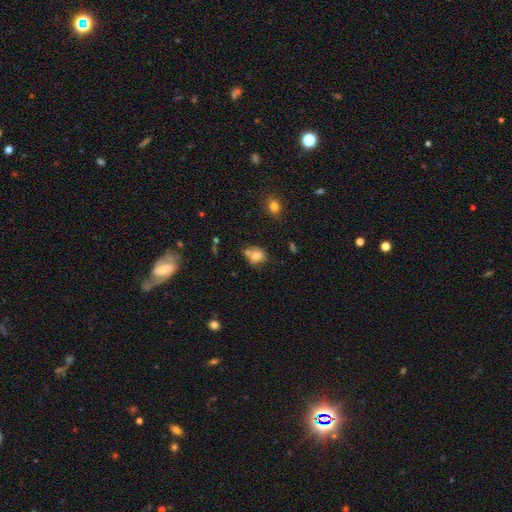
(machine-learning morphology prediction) This appears to be a smooth galaxy with no disk features (70%) that is round (58%). Merging: none (47%).